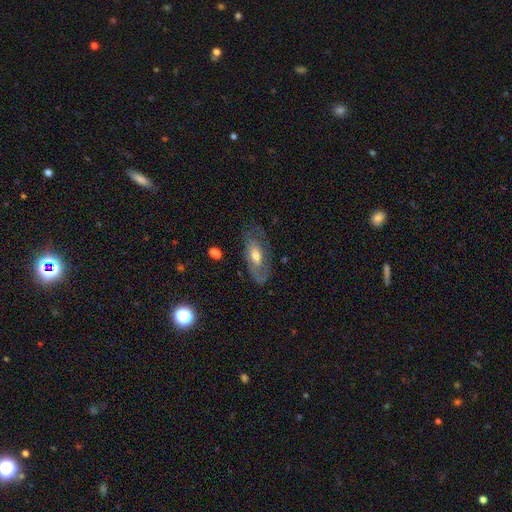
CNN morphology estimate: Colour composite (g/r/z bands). It shows a featured or disk galaxy (59%). Merging: none (66%).